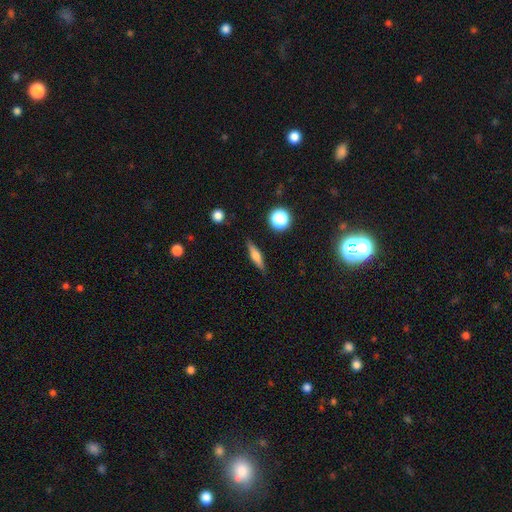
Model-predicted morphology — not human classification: Q: Smooth or featured?
A: smooth (52%); runner-up: featured or disk (39%)
Q: How rounded?
A: cigar-shaped (74%); runner-up: in between (20%)
Q: Merging?
A: none (87%); runner-up: minor disturbance (9%)